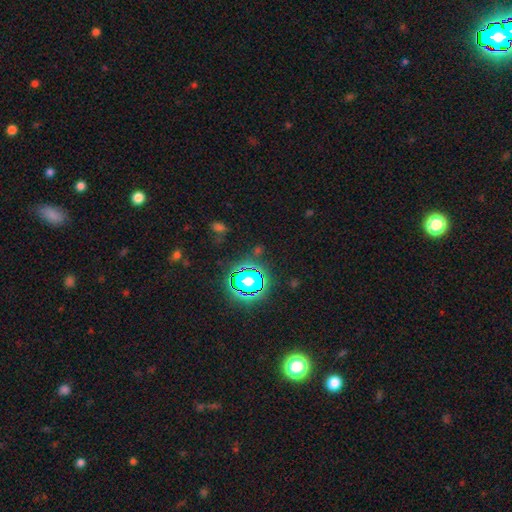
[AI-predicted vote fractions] smooth-or-featured: star or artifact: 72% | smooth: 18% | featured or disk: 9%